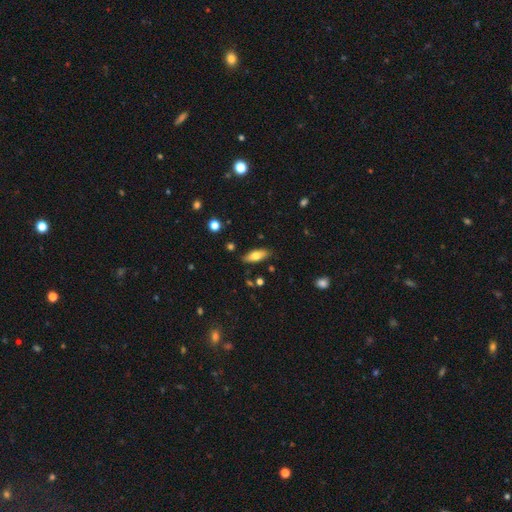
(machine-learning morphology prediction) This appears to be a smooth galaxy with no disk features (70%) that is in between round and cigar-shaped (70%). Merging: none (84%).